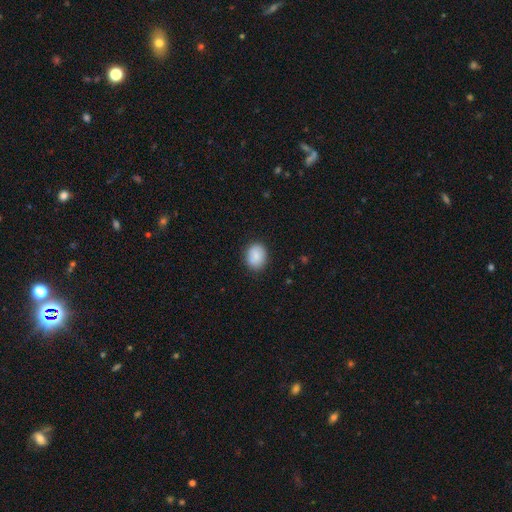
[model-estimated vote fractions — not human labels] Q: Smooth or featured?
A: smooth (86%); runner-up: star or artifact (7%)
Q: How rounded?
A: round (50%); runner-up: in between (49%)
Q: Merging?
A: none (84%); runner-up: minor disturbance (12%)